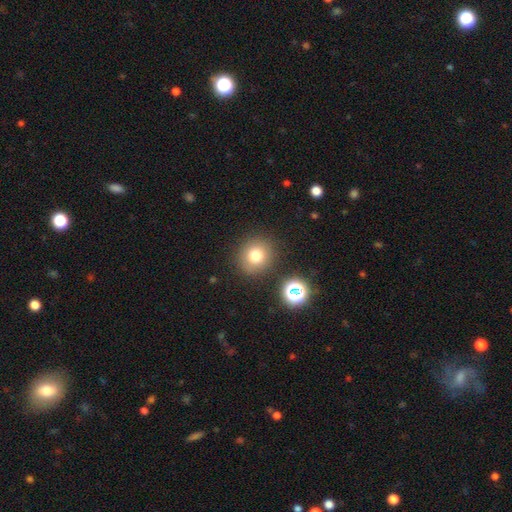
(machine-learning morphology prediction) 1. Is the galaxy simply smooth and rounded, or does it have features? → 76% smooth, 15% star or artifact, 9% featured or disk.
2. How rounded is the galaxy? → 90% round, 9% in between, 1% cigar-shaped.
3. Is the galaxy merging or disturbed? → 86% none, 7% minor disturbance, 3% merger, 3% major disturbance.